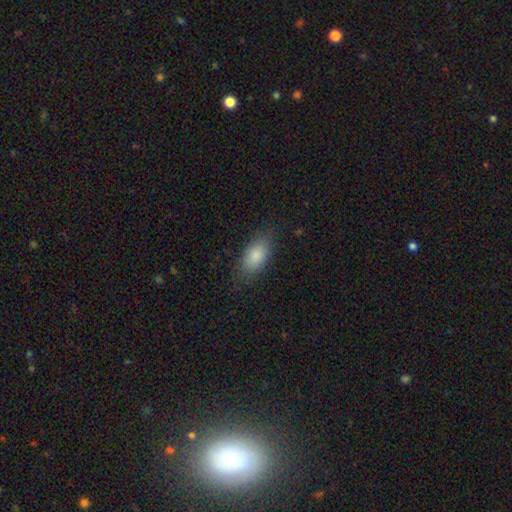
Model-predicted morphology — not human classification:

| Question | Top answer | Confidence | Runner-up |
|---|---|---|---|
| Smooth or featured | smooth | 84% | featured or disk (9%) |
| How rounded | in between | 90% | round (5%) |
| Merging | none | 79% | minor disturbance (15%) |